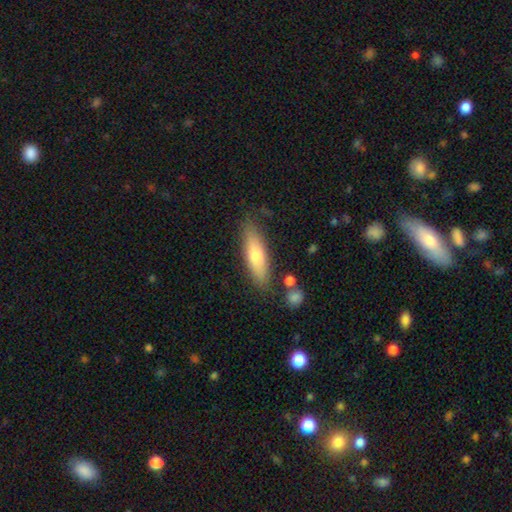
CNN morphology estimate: The model was most divided on "how rounded": cigar-shaped: 59%, in between: 39%, round: 2%. More confident: merging — none (80%); smooth or featured — smooth (68%).